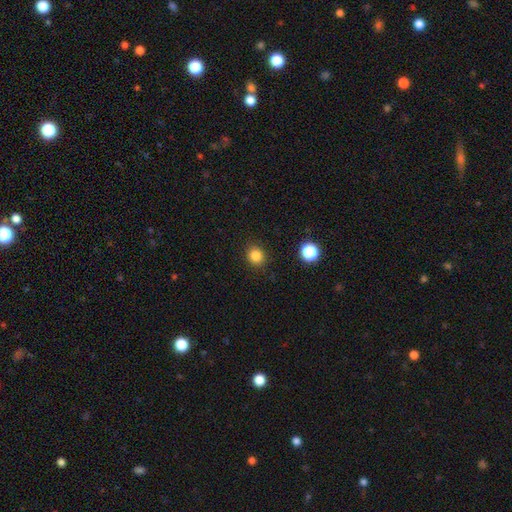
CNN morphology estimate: Overall: smooth (83%). How rounded: round (76%). Merging: none (90%).